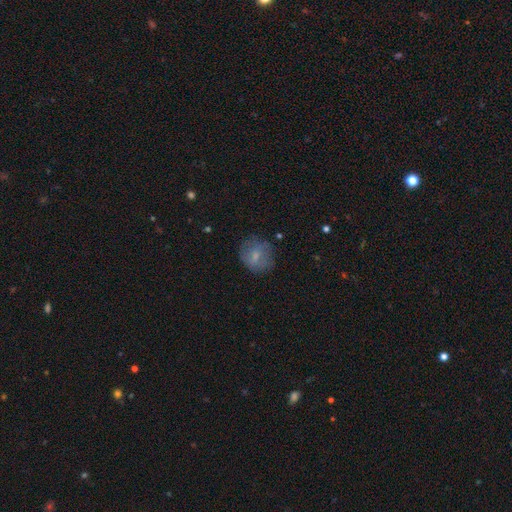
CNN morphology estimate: type=smooth (68%); roundness=round (77%); merging=none (69%).